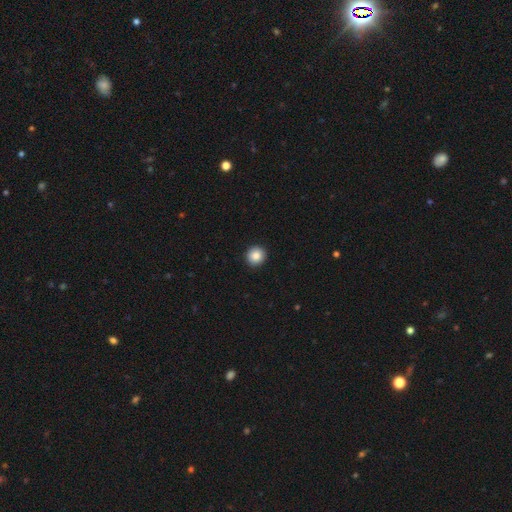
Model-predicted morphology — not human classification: Smooth or featured? Predicted: smooth (p=0.87). How rounded? Predicted: round (p=0.93). Merging? Predicted: none (p=0.93).